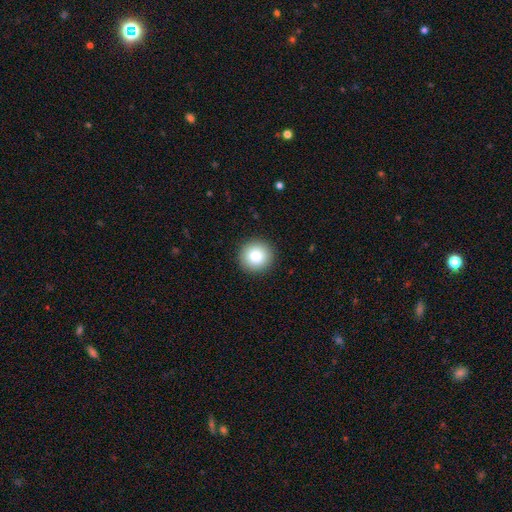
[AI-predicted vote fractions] This is clearly a smooth galaxy (83%). How rounded: clearly round (94%). Merging: clearly none (92%).